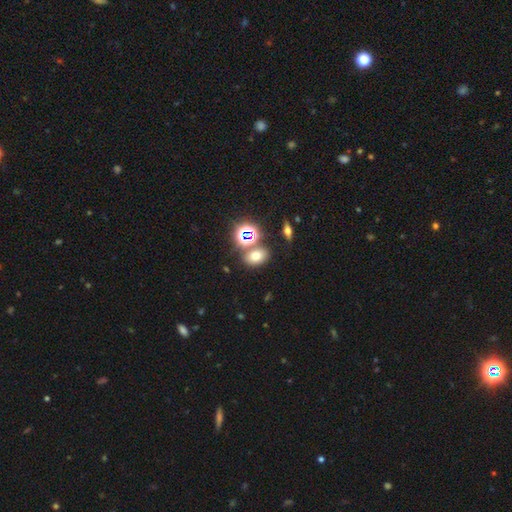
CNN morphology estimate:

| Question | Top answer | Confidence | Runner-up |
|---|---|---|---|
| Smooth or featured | smooth | 64% | star or artifact (25%) |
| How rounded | in between | 70% | round (28%) |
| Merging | none | 71% | merger (15%) |